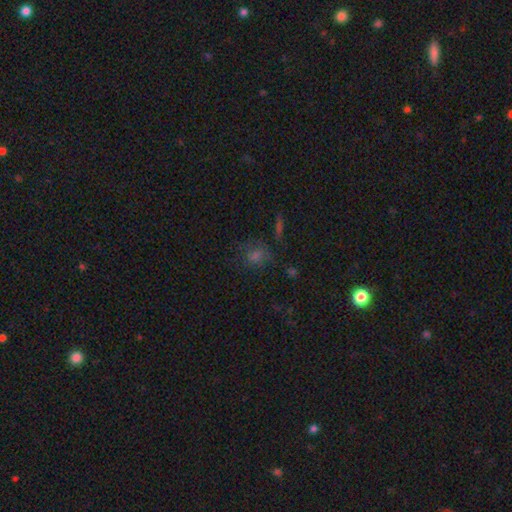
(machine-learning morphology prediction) Smooth or featured? Predicted: smooth (p=0.52). How rounded? Predicted: round (p=0.66). Merging? Predicted: none (p=0.67).